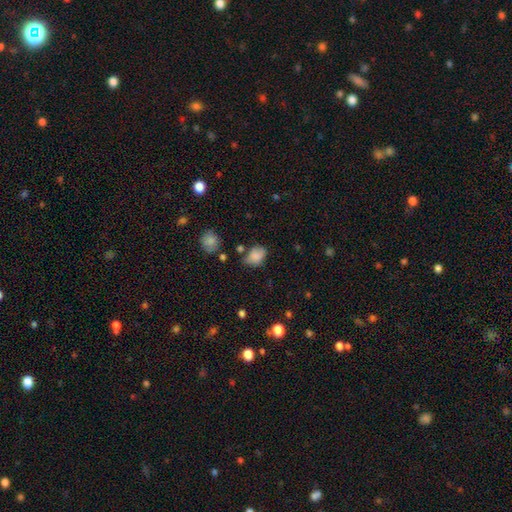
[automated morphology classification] smooth-or-featured: smooth: 80% | featured or disk: 10% | star or artifact: 10%
  how-rounded: in between: 71% | round: 28% | cigar-shaped: 1%
  merging: none: 51% | minor disturbance: 33% | major disturbance: 10% | merger: 7%